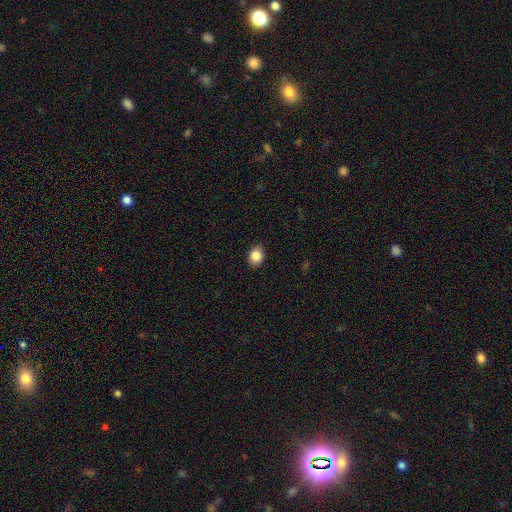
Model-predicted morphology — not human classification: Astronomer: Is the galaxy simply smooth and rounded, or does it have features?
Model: smooth — 85%.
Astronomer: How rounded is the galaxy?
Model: in between — 58% (runner-up: round, 41%).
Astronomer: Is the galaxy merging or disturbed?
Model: none — 86%.